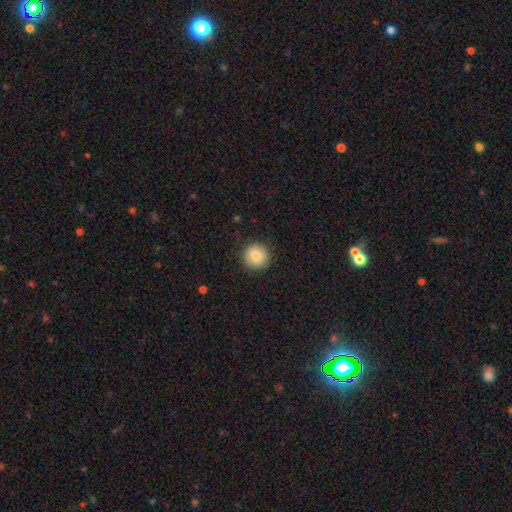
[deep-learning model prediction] A smooth galaxy with no disk features (85%) that is round (94%). Merging: none (90%).